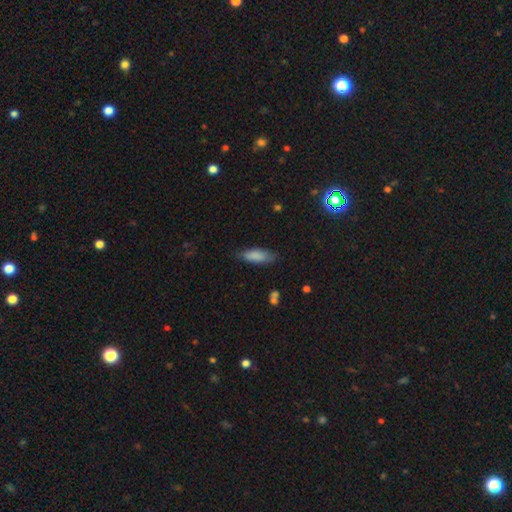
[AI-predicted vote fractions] smooth-or-featured: smooth: 86% | featured or disk: 8% | star or artifact: 6%
  how-rounded: in between: 69% | cigar-shaped: 29% | round: 2%
  merging: none: 75% | minor disturbance: 19% | major disturbance: 4% | merger: 2%